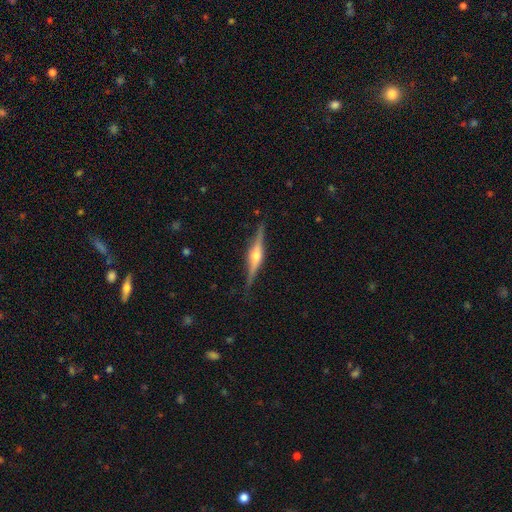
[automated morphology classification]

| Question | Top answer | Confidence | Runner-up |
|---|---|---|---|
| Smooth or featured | featured or disk | 80% | smooth (14%) |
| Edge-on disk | yes | 98% | no (2%) |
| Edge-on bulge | rounded | 90% | boxy (7%) |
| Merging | none | 88% | minor disturbance (9%) |